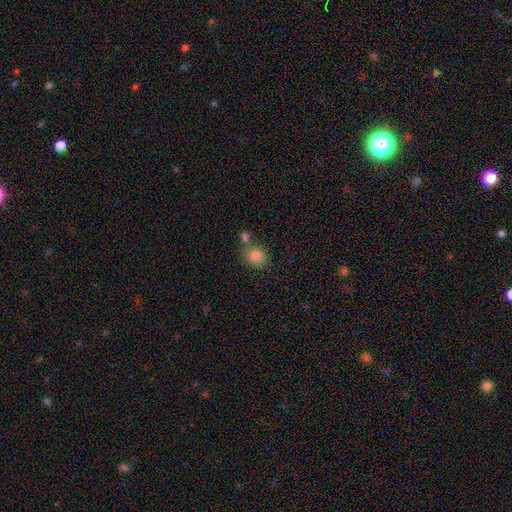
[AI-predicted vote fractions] A smooth galaxy with no disk features (84%) that is round (58%).

Vote fractions:
- Smooth or featured? smooth: 84% / star or artifact: 10% / featured or disk: 6%
- How rounded? round: 58% / in between: 41% / cigar-shaped: 1%
- Merging? none: 57% / merger: 26% / minor disturbance: 13% / major disturbance: 5%